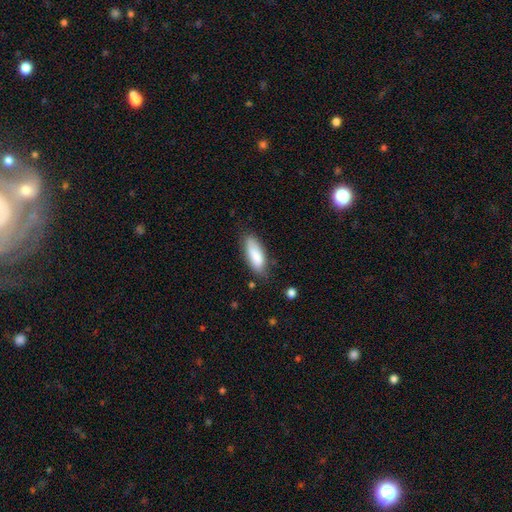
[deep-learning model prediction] The model was most divided on "how rounded": in between: 71%, cigar-shaped: 27%, round: 2%. More confident: smooth or featured — smooth (85%); merging — none (74%).